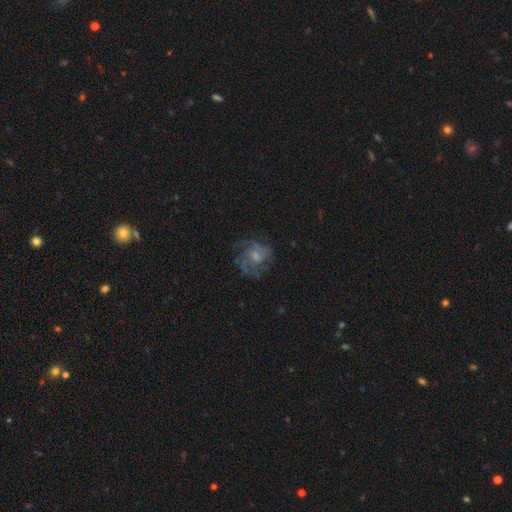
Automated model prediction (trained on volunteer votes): This appears to be a featured or disk galaxy (74%) with no bar (61%), 3 (28%) medium (48%) spiral arms (90%) and a small central bulge (43%). Merging: none (68%).